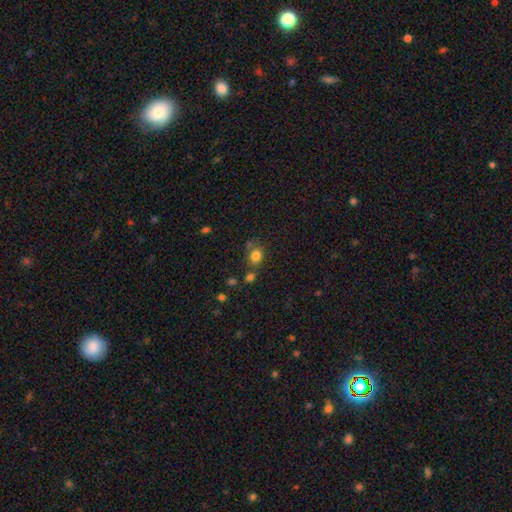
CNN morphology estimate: Smooth or featured? smooth (81%)
How rounded? round (60%)
Merging? none (64%)